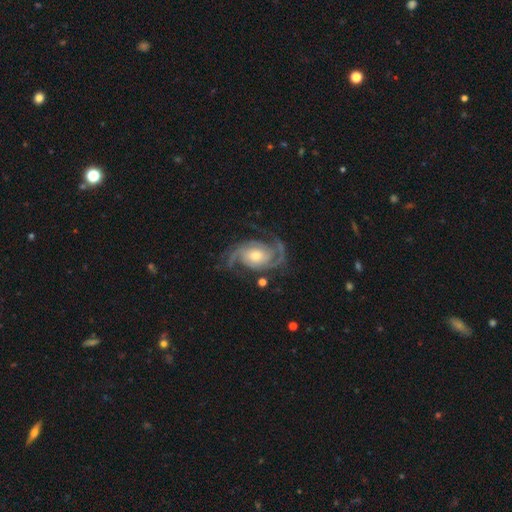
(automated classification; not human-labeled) Smooth or featured?
  - featured or disk: 92% *
  - star or artifact: 4%
  - smooth: 4%
Edge-on disk?
  - no: 97% *
  - yes: 3%
Bar?
  - no: 65% *
  - weak: 26%
  - strong: 9%
Spiral arms?
  - yes: 98% *
  - no: 2%
Spiral winding?
  - medium: 51% *
  - tight: 29%
  - loose: 20%
Spiral arm count?
  - 2: 67% *
  - 3: 18%
  - can't tell: 5%
  - 4: 4%
  - 1: 3%
  - more than 4: 3%
Bulge size?
  - moderate: 58% *
  - small: 31%
  - large: 8%
  - none: 2%
  - dominant: 1%
Merging?
  - none: 73% *
  - minor disturbance: 16%
  - major disturbance: 9%
  - merger: 2%